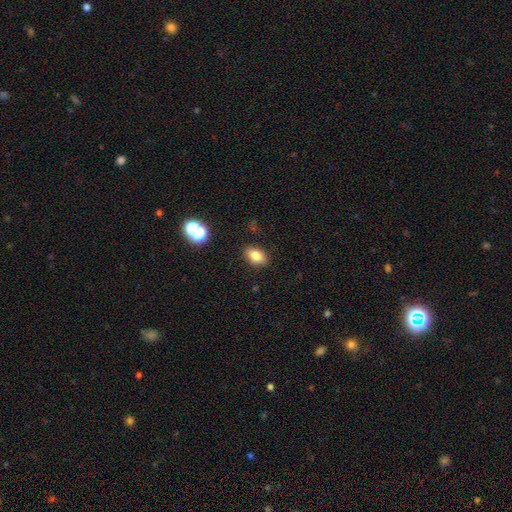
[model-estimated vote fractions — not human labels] The model was most divided on "smooth or featured": smooth: 81%, star or artifact: 11%, featured or disk: 8%. More confident: merging — none (86%); how rounded — in between (85%).